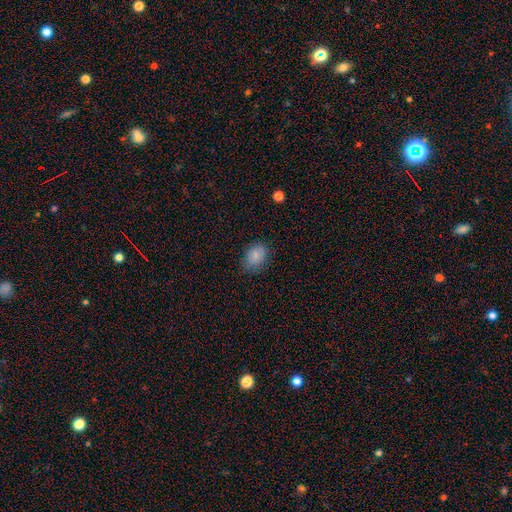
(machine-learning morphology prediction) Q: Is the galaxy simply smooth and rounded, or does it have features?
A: smooth — 83%.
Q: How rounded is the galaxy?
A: in between — 70%.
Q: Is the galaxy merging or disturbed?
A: none — 75%.